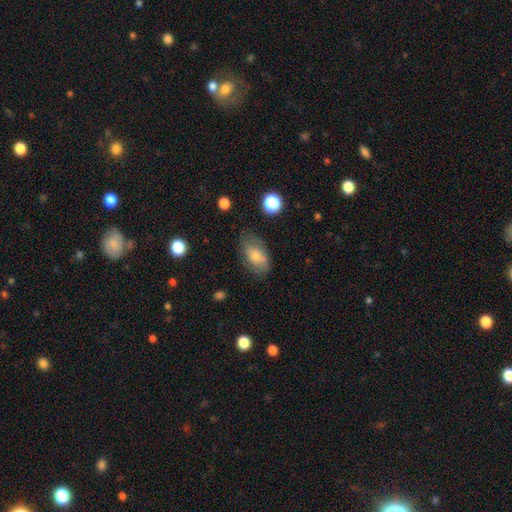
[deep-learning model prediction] smooth_or_featured: smooth (p=0.72) [alt: featured or disk p=0.20]
how_rounded: in between (p=0.91) [alt: round p=0.07]
merging: none (p=0.66) [alt: minor disturbance p=0.24]